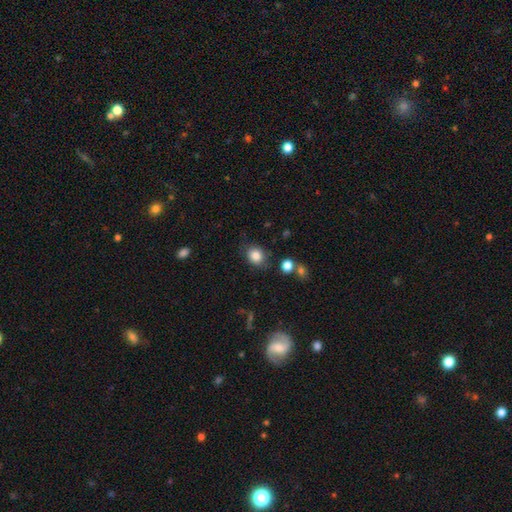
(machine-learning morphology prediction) This appears to be a smooth galaxy with no disk features (84%) that is round (66%). Merging: none (79%).